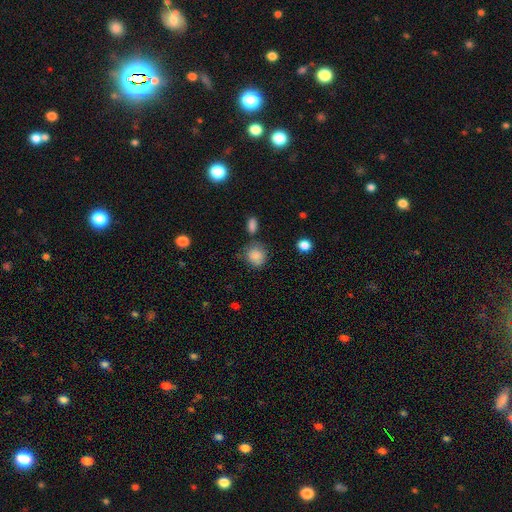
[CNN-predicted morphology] type=smooth (86%); roundness=round (77%); merging=none (67%).